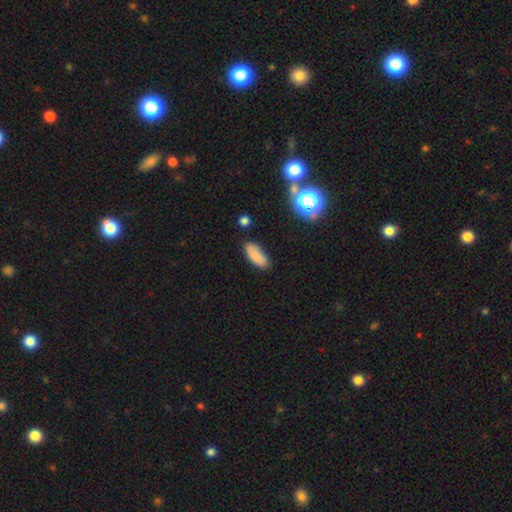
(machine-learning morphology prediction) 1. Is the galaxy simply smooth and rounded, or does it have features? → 85% smooth, 9% star or artifact, 7% featured or disk.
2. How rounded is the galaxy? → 79% in between, 19% cigar-shaped, 2% round.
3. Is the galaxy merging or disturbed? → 80% none, 15% minor disturbance, 3% major disturbance, 2% merger.